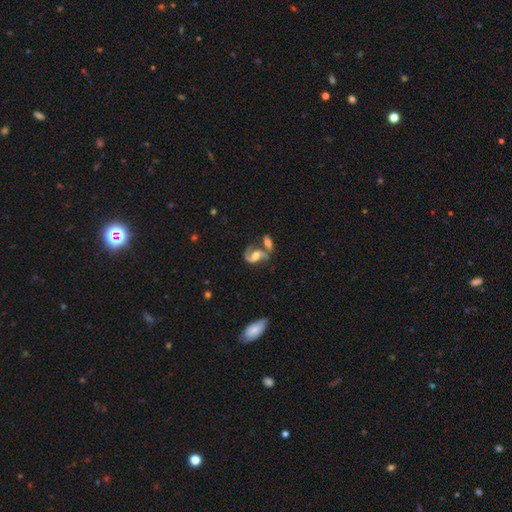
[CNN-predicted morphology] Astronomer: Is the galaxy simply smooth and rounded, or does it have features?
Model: featured or disk — 83%.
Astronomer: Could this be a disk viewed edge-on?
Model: no — 97%.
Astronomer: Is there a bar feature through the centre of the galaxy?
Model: no — 46% (runner-up: weak, 38%).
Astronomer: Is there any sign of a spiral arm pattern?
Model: yes — 95%.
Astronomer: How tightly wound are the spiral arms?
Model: medium — 51% (runner-up: loose, 34%).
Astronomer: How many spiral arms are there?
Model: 2 — 86%.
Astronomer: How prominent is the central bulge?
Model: moderate — 57%.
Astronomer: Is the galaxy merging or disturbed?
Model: merger — 38% (runner-up: none, 37%).